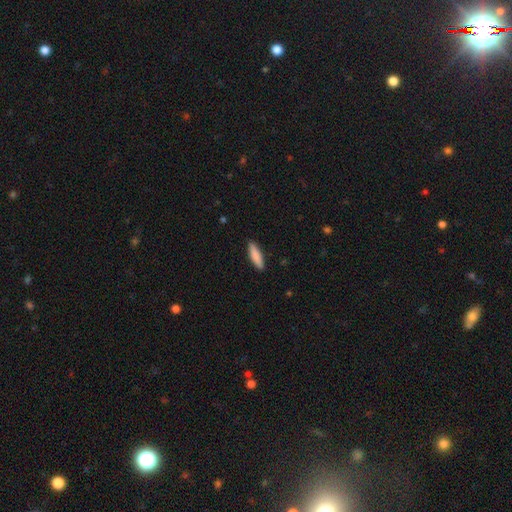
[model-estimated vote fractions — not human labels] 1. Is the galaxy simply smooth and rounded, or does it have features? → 85% smooth, 10% featured or disk, 5% star or artifact.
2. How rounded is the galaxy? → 72% cigar-shaped, 27% in between, 1% round.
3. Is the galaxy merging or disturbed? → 89% none, 8% minor disturbance, 2% major disturbance, 1% merger.